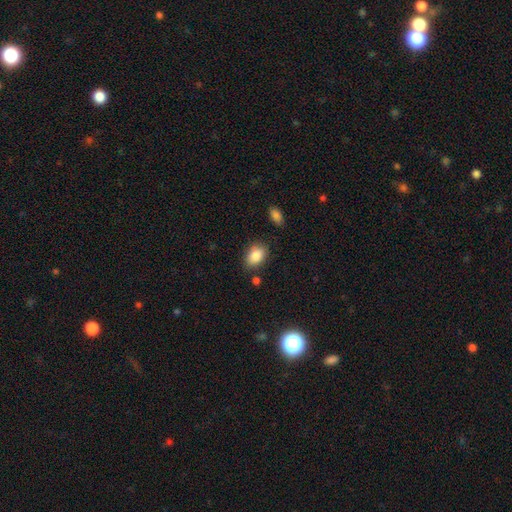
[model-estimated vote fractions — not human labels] Smooth or featured? smooth (86%)
How rounded? in between (82%)
Merging? none (78%)